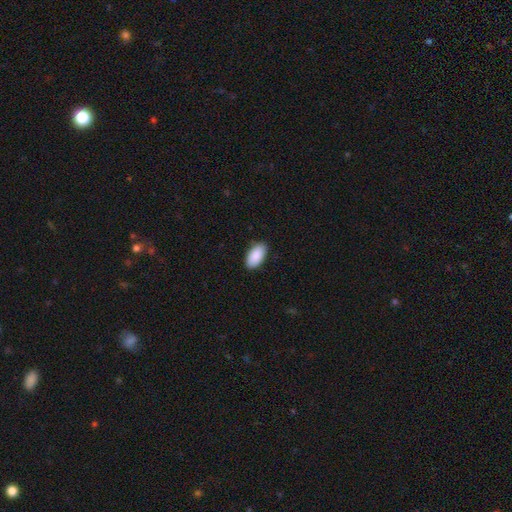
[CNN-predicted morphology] This is clearly a smooth galaxy (90%). How rounded: clearly in between (95%). Merging: clearly none (89%).